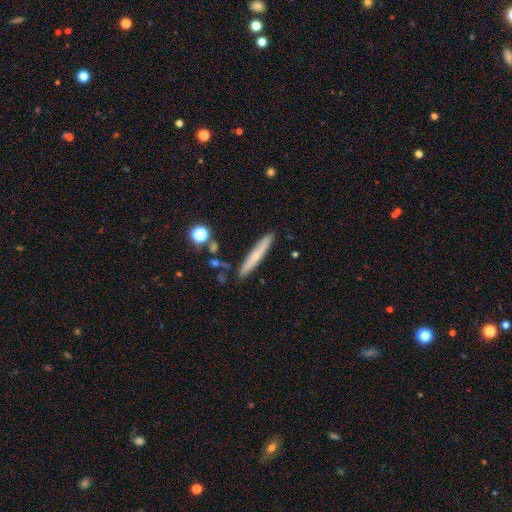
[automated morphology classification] The model was most divided on "smooth or featured": smooth: 53%, featured or disk: 39%, star or artifact: 7%. More confident: how rounded — cigar-shaped (94%); merging — none (85%).